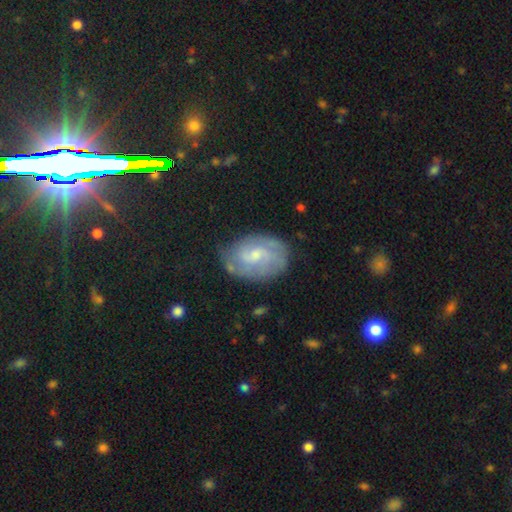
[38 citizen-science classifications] A featured or disk galaxy (84%) with a weak bar (50%, tied with no), 2 (56%) tight (72%) spiral arms (83%) and a small central bulge (57%). Merging: none (53%).